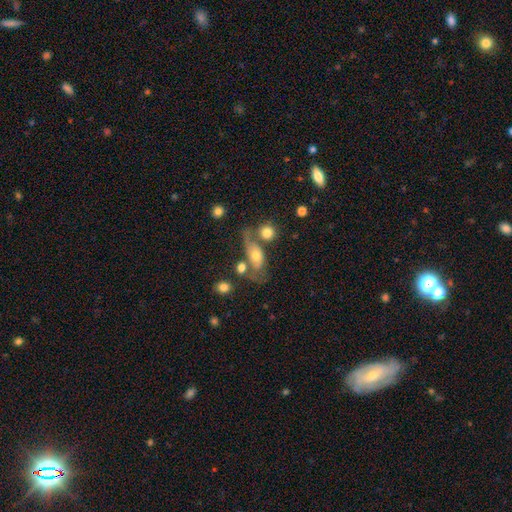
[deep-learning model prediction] This appears to be a smooth galaxy with no disk features (52%) that is in between round and cigar-shaped (77%). Merging: none (36%).